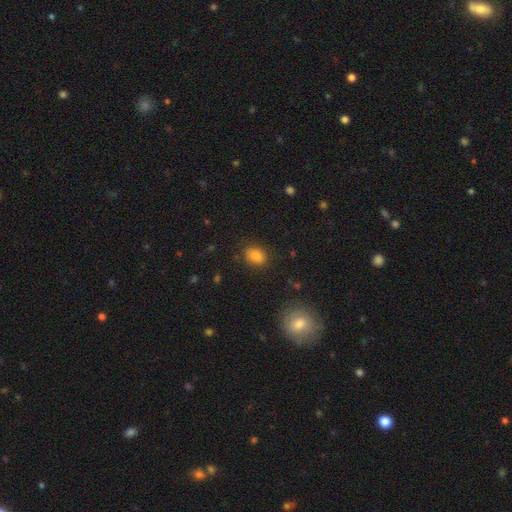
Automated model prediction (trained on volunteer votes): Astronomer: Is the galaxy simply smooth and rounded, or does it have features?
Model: smooth — 83%.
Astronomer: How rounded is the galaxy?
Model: in between — 71%.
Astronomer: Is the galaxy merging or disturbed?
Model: none — 83%.